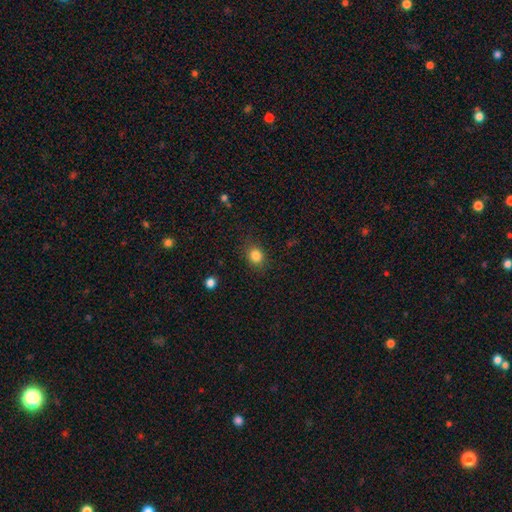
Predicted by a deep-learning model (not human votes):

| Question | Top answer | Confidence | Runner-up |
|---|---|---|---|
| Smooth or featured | smooth | 83% | star or artifact (11%) |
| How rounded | round | 66% | in between (33%) |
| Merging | none | 85% | minor disturbance (11%) |